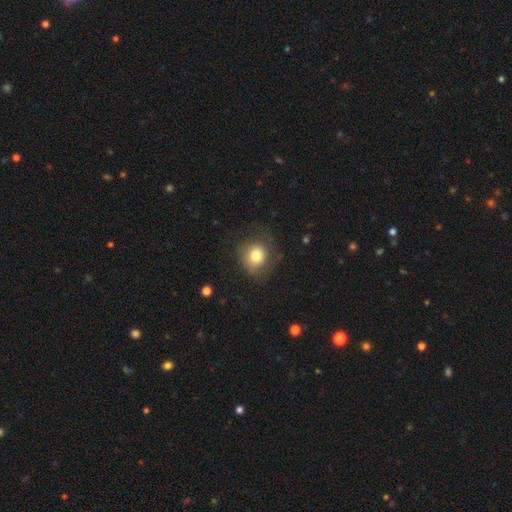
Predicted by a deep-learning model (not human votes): The model was most divided on "merging": none: 68%, minor disturbance: 20%, major disturbance: 11%, merger: 1%. More confident: how rounded — round (82%); smooth or featured — smooth (78%).